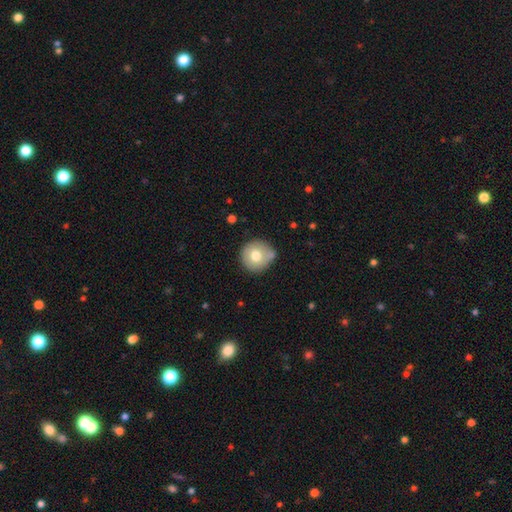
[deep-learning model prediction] smooth-or-featured: smooth: 72% | featured or disk: 19% | star or artifact: 9%
  how-rounded: round: 94% | in between: 5% | cigar-shaped: 1%
  merging: none: 73% | minor disturbance: 16% | merger: 7% | major disturbance: 4%